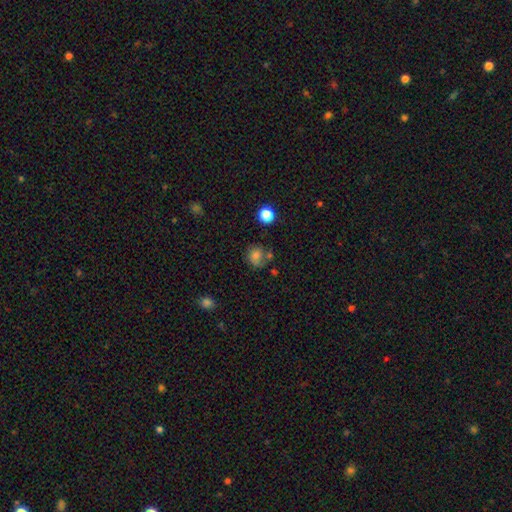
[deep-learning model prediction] This is likely a smooth galaxy (72%). How rounded: likely round (75%). Merging: possibly none (53%).